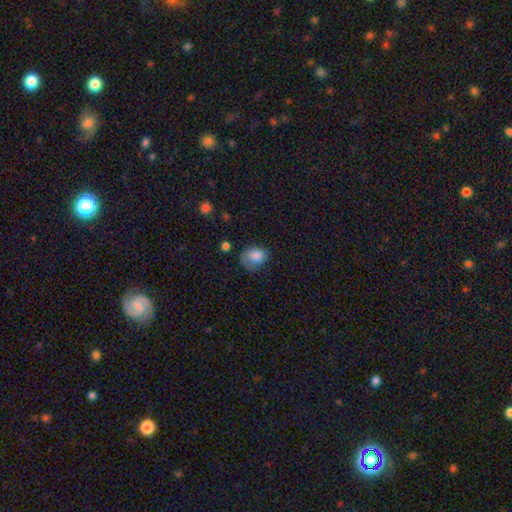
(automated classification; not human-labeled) smooth 80%, featured or disk 12%, star or artifact 8%. Down the decision tree: how rounded — in between (57%); merging — none (53%).